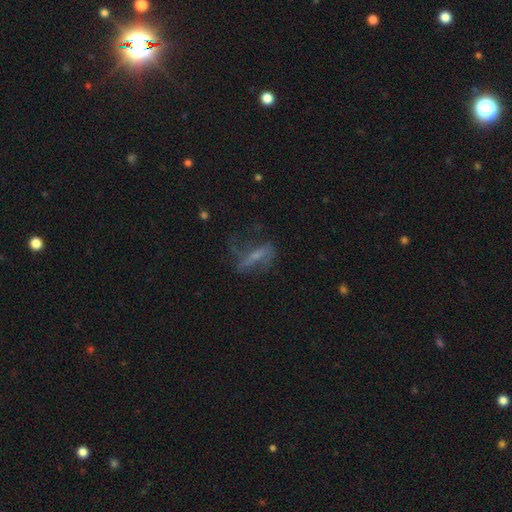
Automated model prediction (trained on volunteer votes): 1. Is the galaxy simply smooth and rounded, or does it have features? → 55% featured or disk, 30% smooth, 15% star or artifact.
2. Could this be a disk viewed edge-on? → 74% no, 26% yes.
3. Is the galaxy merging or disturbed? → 44% none, 32% major disturbance, 22% minor disturbance, 3% merger.